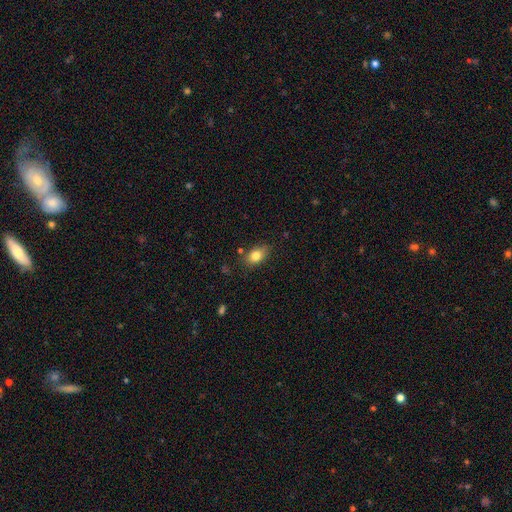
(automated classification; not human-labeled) A smooth galaxy with no disk features (80%) that is in between round and cigar-shaped (79%). Merging: none (77%).